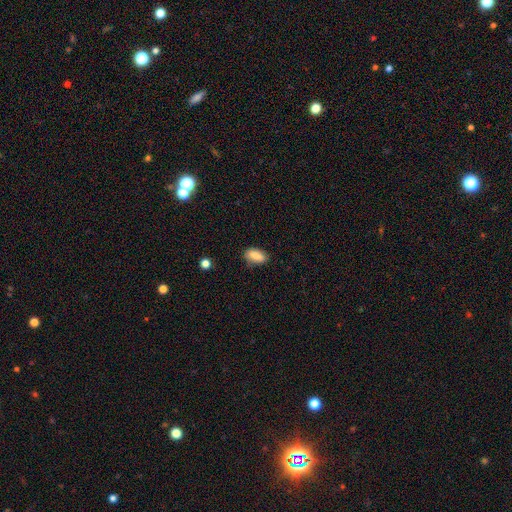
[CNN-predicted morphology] smooth_or_featured: smooth (p=0.84) [alt: featured or disk p=0.09]
how_rounded: in between (p=0.88) [alt: cigar-shaped p=0.08]
merging: none (p=0.80) [alt: minor disturbance p=0.16]